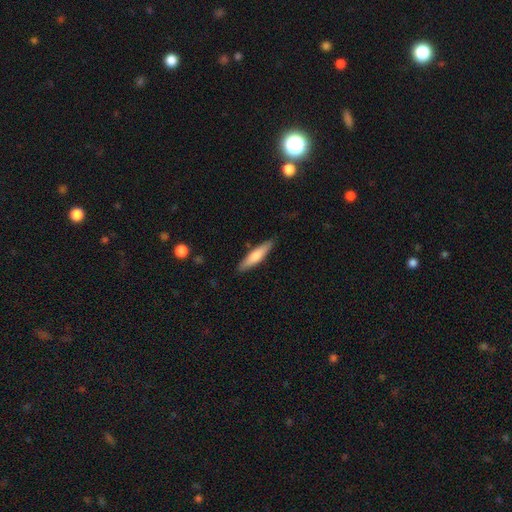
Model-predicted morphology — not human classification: Smooth or featured? Predicted: smooth (p=0.68). How rounded? Predicted: cigar-shaped (p=0.79). Merging? Predicted: none (p=0.87).